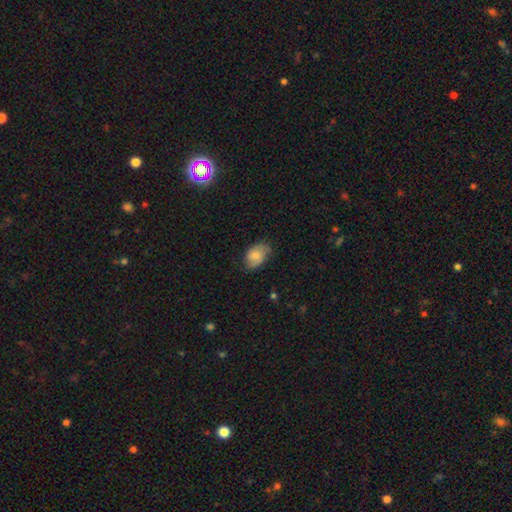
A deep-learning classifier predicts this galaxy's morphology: Smooth or featured?
  - smooth: 72% *
  - featured or disk: 21%
  - star or artifact: 7%
How rounded?
  - in between: 88% *
  - round: 11%
  - cigar-shaped: 1%
Merging?
  - none: 66% *
  - minor disturbance: 27%
  - major disturbance: 5%
  - merger: 1%